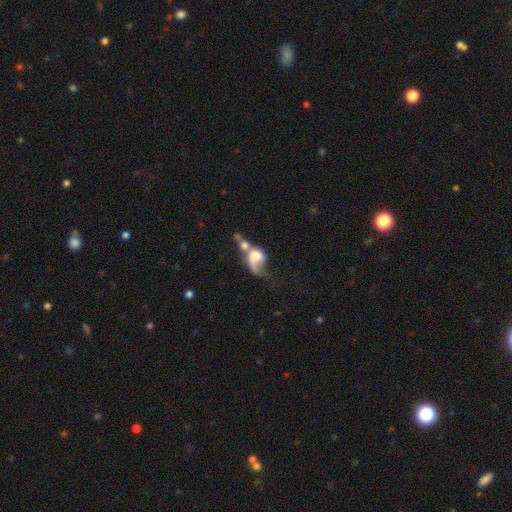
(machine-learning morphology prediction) Smooth or featured?
  - smooth: 53% *
  - featured or disk: 38%
  - star or artifact: 9%
How rounded?
  - in between: 58% *
  - round: 38%
  - cigar-shaped: 4%
Merging?
  - merger: 61% *
  - major disturbance: 21%
  - none: 11%
  - minor disturbance: 8%